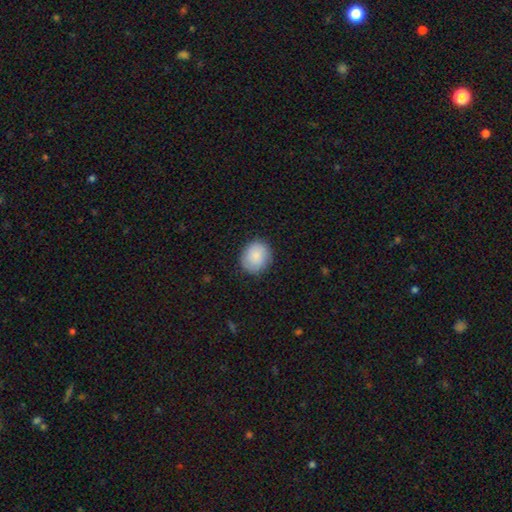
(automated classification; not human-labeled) This appears to be a smooth galaxy with no disk features (87%) that is round (70%). Merging: none (85%).